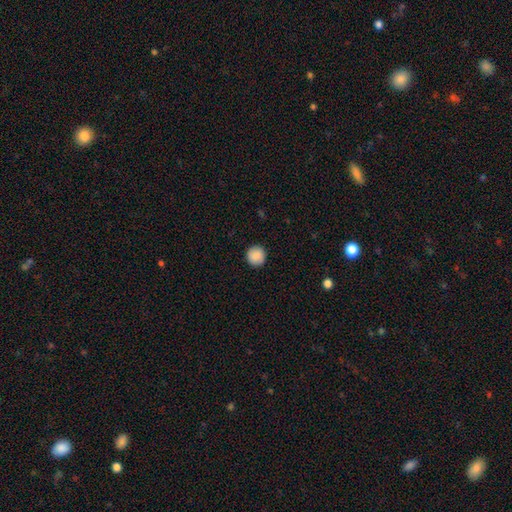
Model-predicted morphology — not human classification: type=smooth (88%); roundness=round (95%); merging=none (91%).